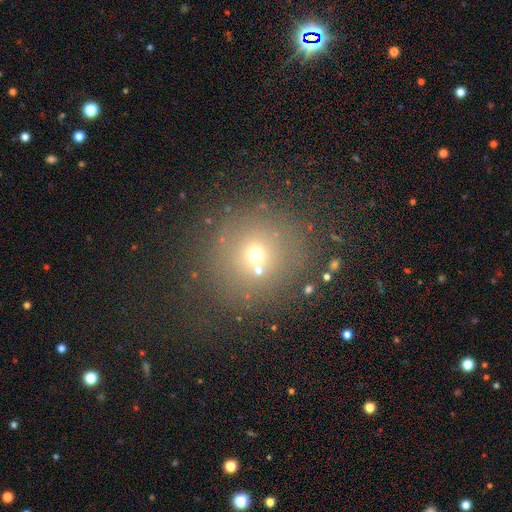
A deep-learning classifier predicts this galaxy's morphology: A smooth galaxy with no disk features (63%) that is round (90%).

Vote fractions:
- Smooth or featured? smooth: 63% / star or artifact: 25% / featured or disk: 12%
- How rounded? round: 90% / in between: 9% / cigar-shaped: 1%
- Merging? none: 77% / minor disturbance: 10% / merger: 6% / major disturbance: 6%